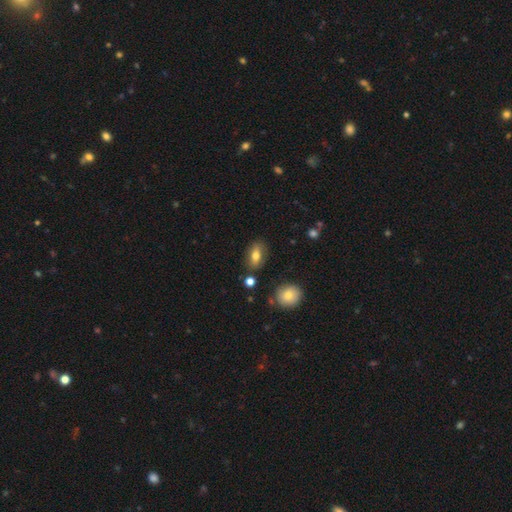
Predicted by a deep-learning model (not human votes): This appears to be a smooth galaxy with no disk features (72%) that is in between round and cigar-shaped (80%). Merging: none (80%).